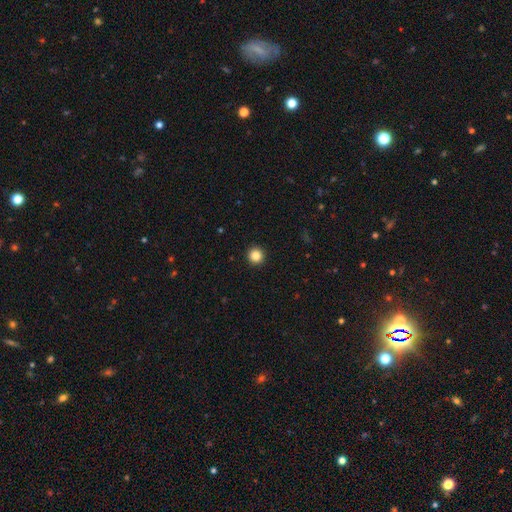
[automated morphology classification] The model was most divided on "smooth or featured": smooth: 85%, star or artifact: 11%, featured or disk: 4%. More confident: how rounded — round (96%); merging — none (94%).